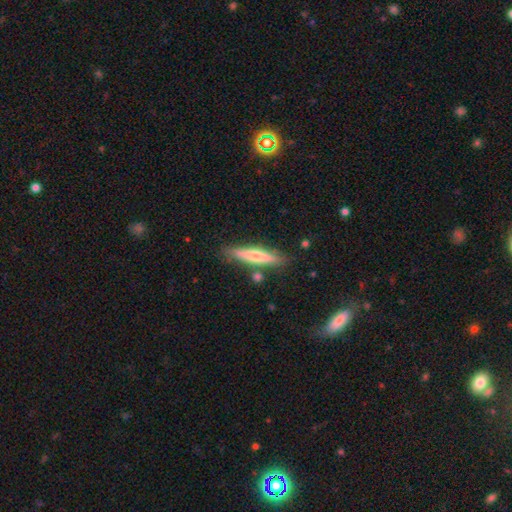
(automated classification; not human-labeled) Smooth or featured?
  - smooth: 49% *
  - featured or disk: 44%
  - star or artifact: 7%
Merging?
  - none: 82% *
  - minor disturbance: 11%
  - merger: 4%
  - major disturbance: 2%